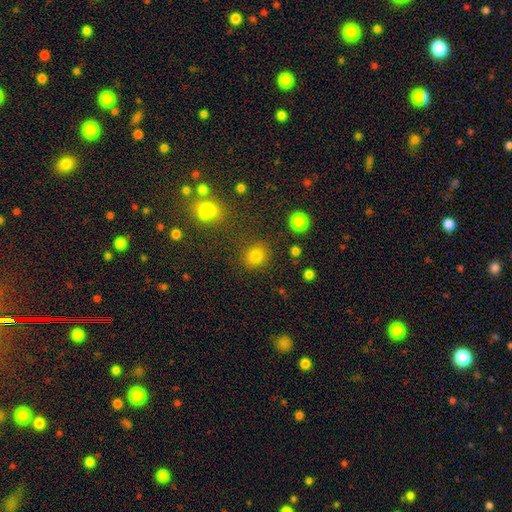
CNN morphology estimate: smooth_or_featured: smooth (p=0.80) [alt: star or artifact p=0.14]
how_rounded: round (p=0.79) [alt: in between p=0.20]
merging: none (p=0.84) [alt: minor disturbance p=0.08]